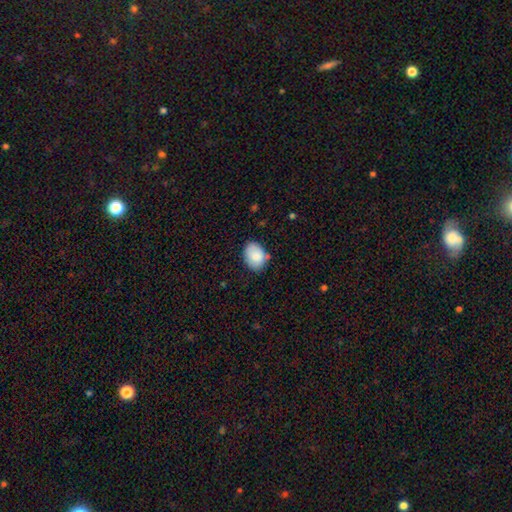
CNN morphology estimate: Smooth or featured? Predicted: smooth (p=0.84). How rounded? Predicted: in between (p=0.75). Merging? Predicted: none (p=0.70).